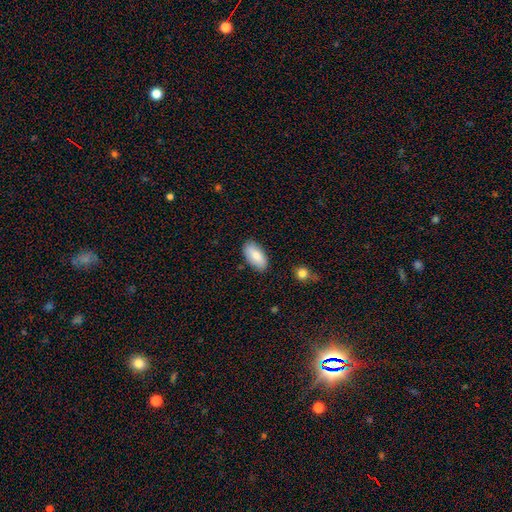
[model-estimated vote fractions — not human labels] Morphology: type=smooth (81%); roundness=in between (92%); merging=none (83%).